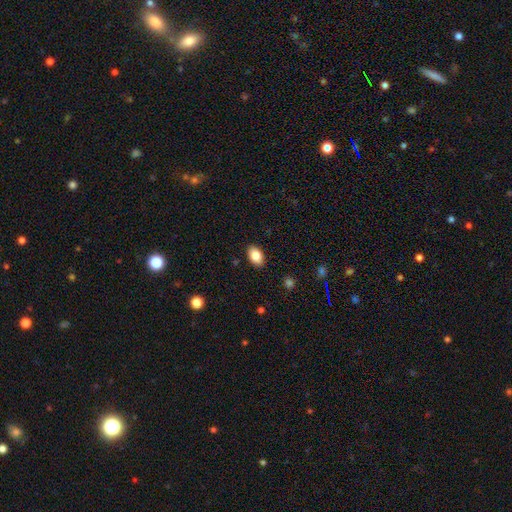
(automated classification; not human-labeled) smooth 86%, star or artifact 8%, featured or disk 6%. Down the decision tree: how rounded — in between (89%); merging — none (89%).